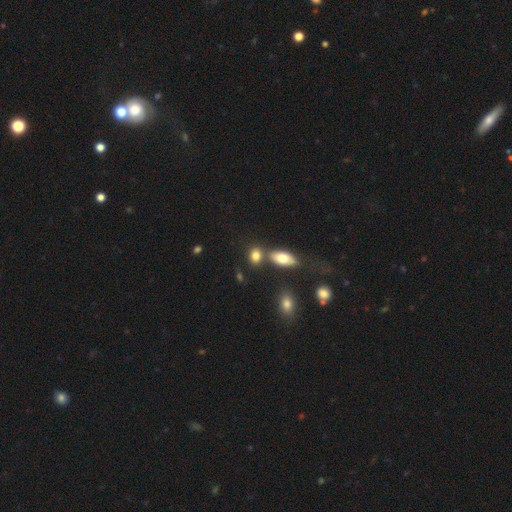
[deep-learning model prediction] This appears to be a smooth galaxy with no disk features (81%) that is in between round and cigar-shaped (63%). Merging: none (57%).